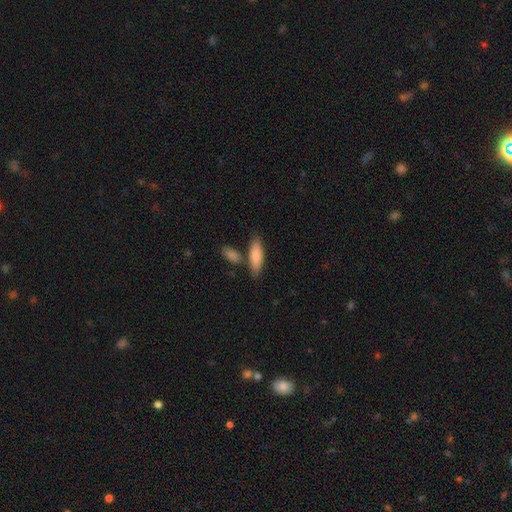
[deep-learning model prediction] Smooth or featured? smooth (84%)
How rounded? in between (51%)
Merging? none (71%)